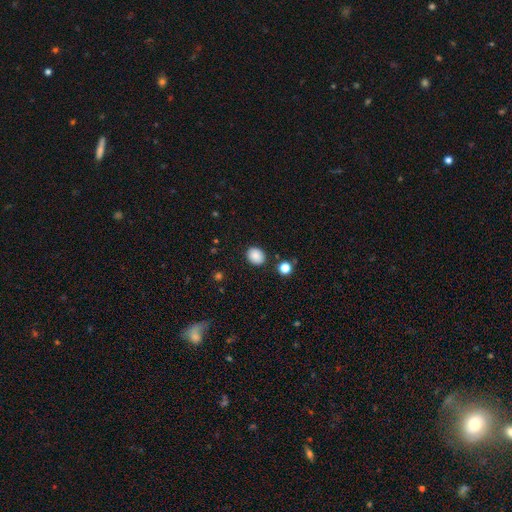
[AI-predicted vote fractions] A smooth galaxy with no disk features (86%) that is round (60%). Merging: none (86%).